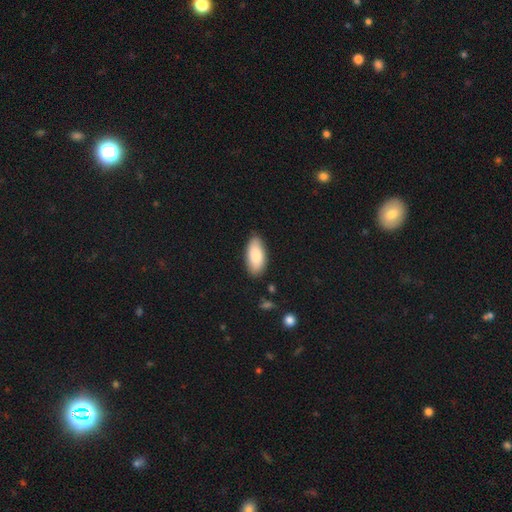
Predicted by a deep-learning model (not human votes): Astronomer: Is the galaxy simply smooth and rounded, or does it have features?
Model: smooth — 86%.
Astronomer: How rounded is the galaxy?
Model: in between — 91%.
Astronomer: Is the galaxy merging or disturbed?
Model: none — 84%.